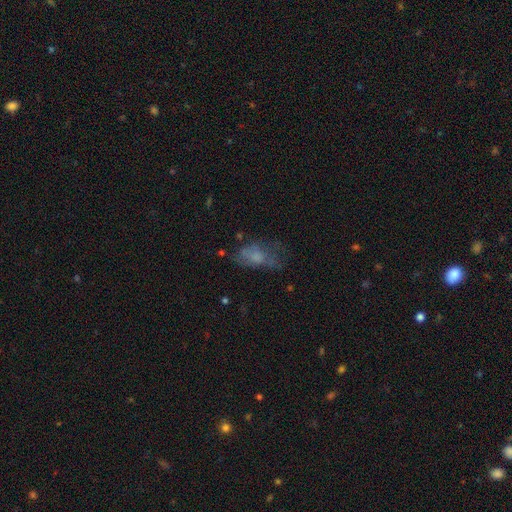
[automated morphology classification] This is possibly a smooth galaxy (56%). How rounded: clearly in between (83%). Merging: marginally none (39%).